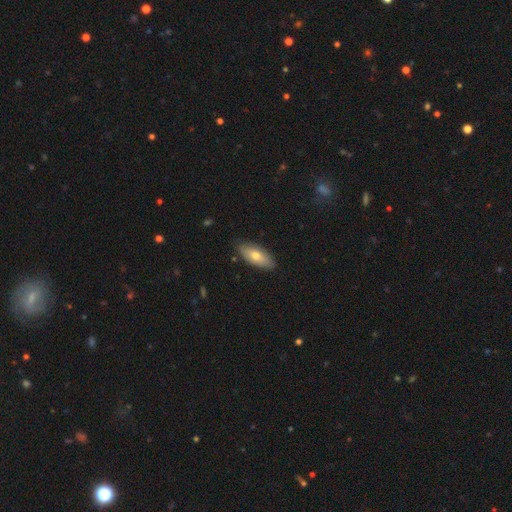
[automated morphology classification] Overall: smooth (70%). How rounded: in between (82%). Merging: none (83%).